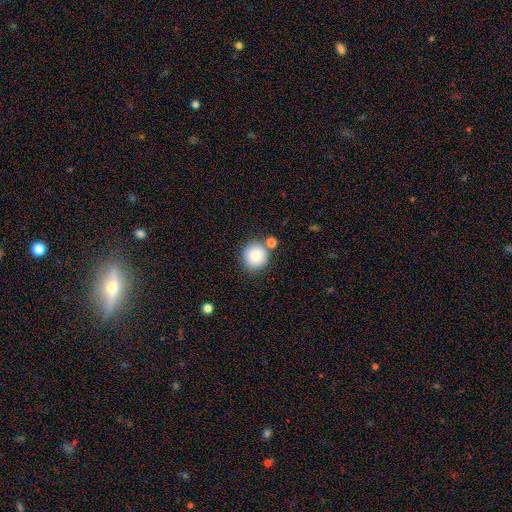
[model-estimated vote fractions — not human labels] Q: Smooth or featured?
A: smooth (82%); runner-up: star or artifact (9%)
Q: How rounded?
A: round (93%); runner-up: in between (6%)
Q: Merging?
A: none (74%); runner-up: merger (13%)